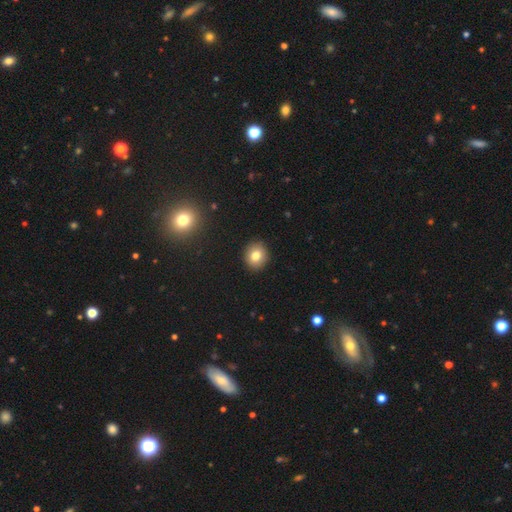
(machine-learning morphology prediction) smooth 79%, star or artifact 11%, featured or disk 10%. Down the decision tree: how rounded — round (78%); merging — none (91%).